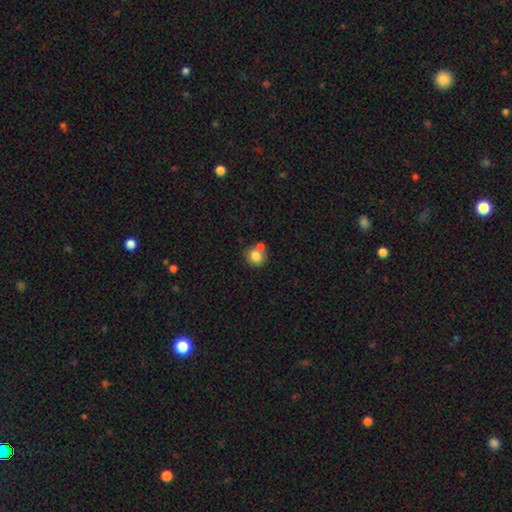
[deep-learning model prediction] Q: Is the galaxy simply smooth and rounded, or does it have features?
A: smooth — 80%.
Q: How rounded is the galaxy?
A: round — 78%.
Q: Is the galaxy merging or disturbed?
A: none — 50%.